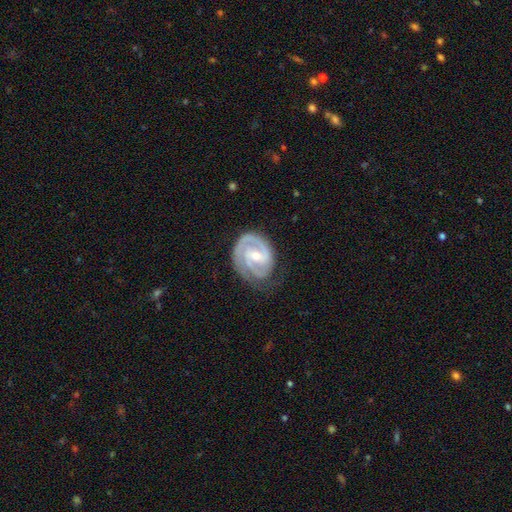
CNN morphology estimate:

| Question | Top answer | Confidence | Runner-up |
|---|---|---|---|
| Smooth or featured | featured or disk | 90% | smooth (6%) |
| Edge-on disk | no | 98% | yes (2%) |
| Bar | weak | 45% | no (35%) |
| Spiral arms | yes | 97% | no (3%) |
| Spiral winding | tight | 66% | medium (29%) |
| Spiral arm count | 2 | 68% | 3 (12%) |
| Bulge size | small | 52% | moderate (45%) |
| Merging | none | 70% | minor disturbance (21%) |